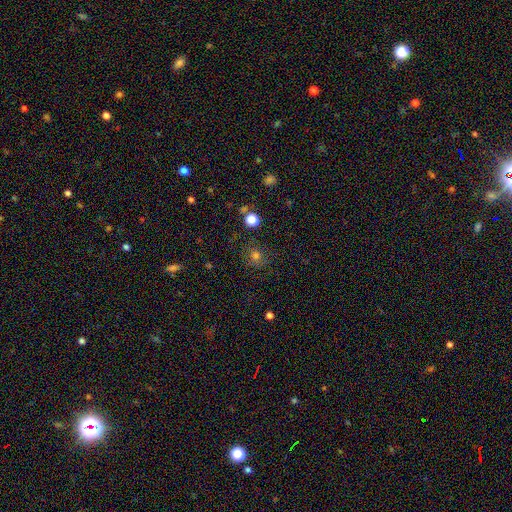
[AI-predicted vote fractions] A smooth galaxy with no disk features (70%) that is round (85%).

Vote fractions:
- Smooth or featured? smooth: 70% / star or artifact: 18% / featured or disk: 12%
- How rounded? round: 85% / in between: 14% / cigar-shaped: 1%
- Merging? none: 79% / minor disturbance: 13% / major disturbance: 6% / merger: 2%